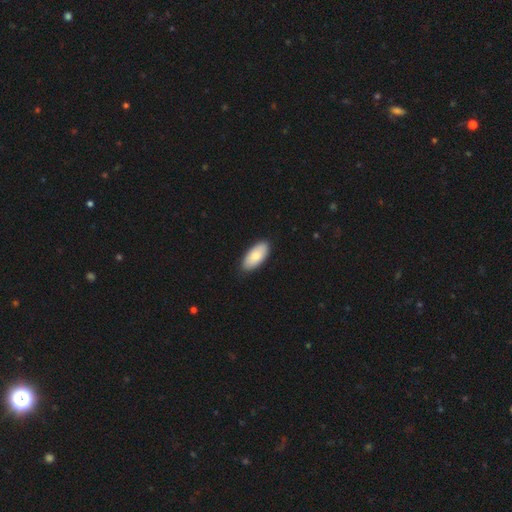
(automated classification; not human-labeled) Q: Smooth or featured?
A: smooth (77%); runner-up: featured or disk (17%)
Q: How rounded?
A: in between (93%); runner-up: cigar-shaped (5%)
Q: Merging?
A: none (88%); runner-up: minor disturbance (9%)